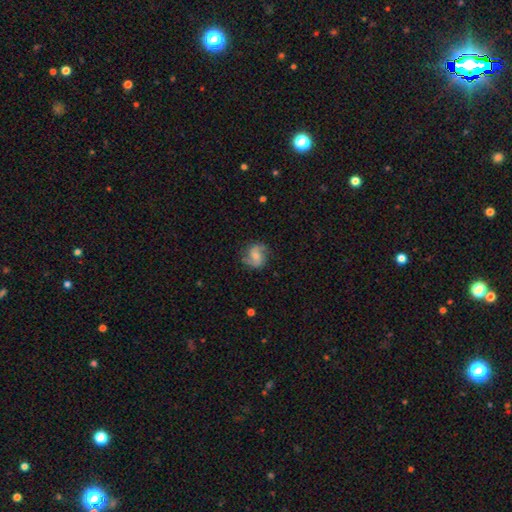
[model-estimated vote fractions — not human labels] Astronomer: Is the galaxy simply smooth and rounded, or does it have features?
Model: featured or disk — 61%.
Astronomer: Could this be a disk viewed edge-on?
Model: no — 97%.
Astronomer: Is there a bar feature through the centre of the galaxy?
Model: no — 49% (runner-up: weak, 39%).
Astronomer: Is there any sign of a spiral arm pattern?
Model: yes — 91%.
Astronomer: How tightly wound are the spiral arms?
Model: medium — 43% (runner-up: loose, 39%).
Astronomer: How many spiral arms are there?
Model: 2 — 86%.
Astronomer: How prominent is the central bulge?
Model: small — 45% (runner-up: moderate, 44%).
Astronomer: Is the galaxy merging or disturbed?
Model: none — 74%.